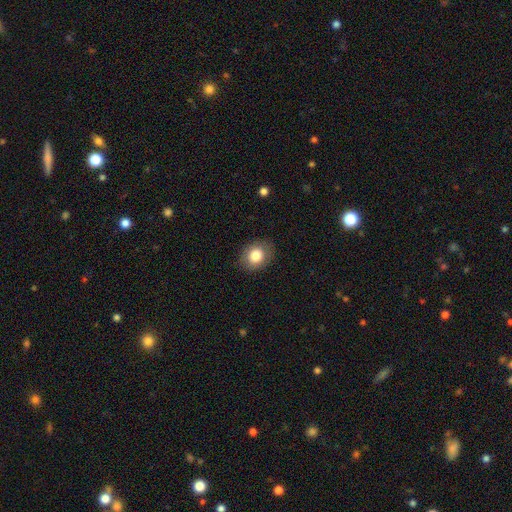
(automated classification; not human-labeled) This is clearly a smooth galaxy (81%). How rounded: possibly in between (52%). Merging: clearly none (87%).